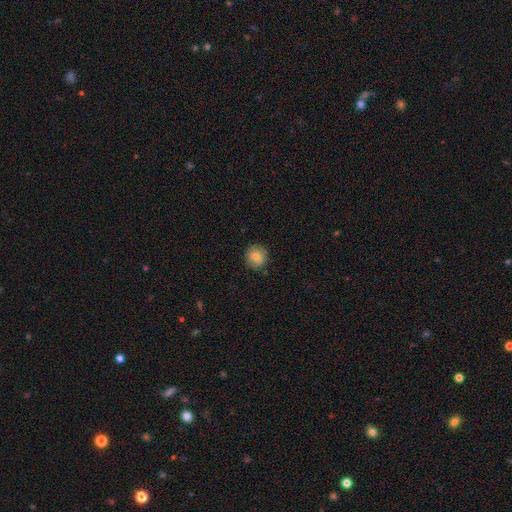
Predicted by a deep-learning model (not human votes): Smooth or featured: smooth — 80% (featured or disk — 11%)
How rounded: round — 90% (in between — 9%)
Merging: none — 87% (minor disturbance — 10%)